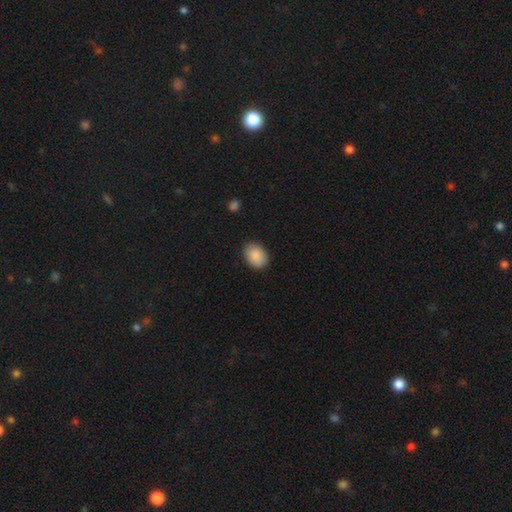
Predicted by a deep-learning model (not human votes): smooth-or-featured: smooth: 90% | star or artifact: 7% | featured or disk: 4%
  how-rounded: in between: 74% | round: 25% | cigar-shaped: 1%
  merging: none: 88% | minor disturbance: 9% | major disturbance: 2% | merger: 1%